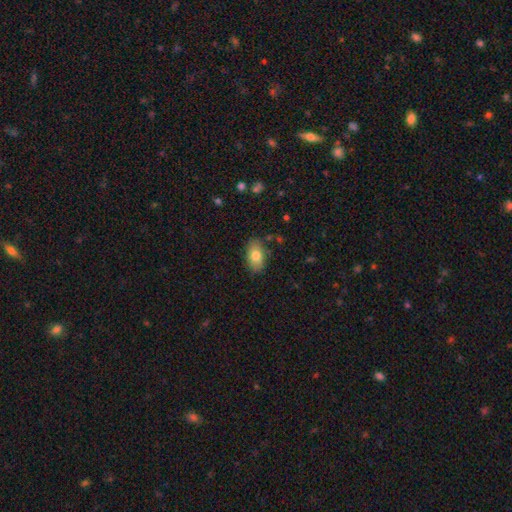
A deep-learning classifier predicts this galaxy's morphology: Smooth or featured: smooth — 78% (featured or disk — 14%)
How rounded: in between — 90% (round — 8%)
Merging: none — 84% (minor disturbance — 12%)